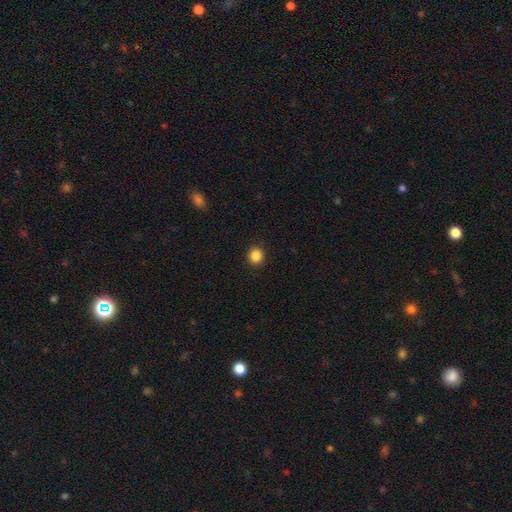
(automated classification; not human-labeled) A smooth galaxy with no disk features (86%) that is round (92%). Merging: none (92%).